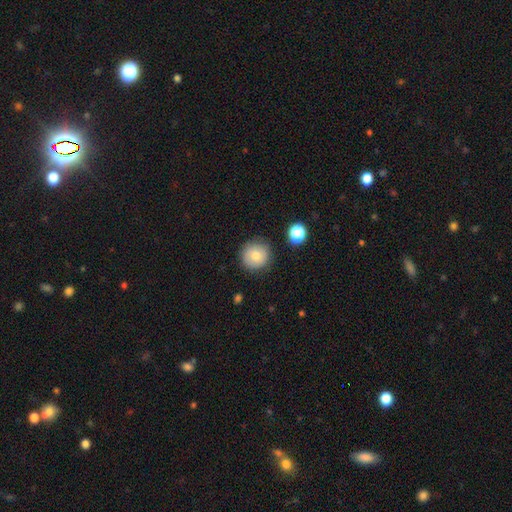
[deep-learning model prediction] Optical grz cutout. It shows a smooth galaxy with no disk features (77%) that is round (94%). Merging: none (86%).